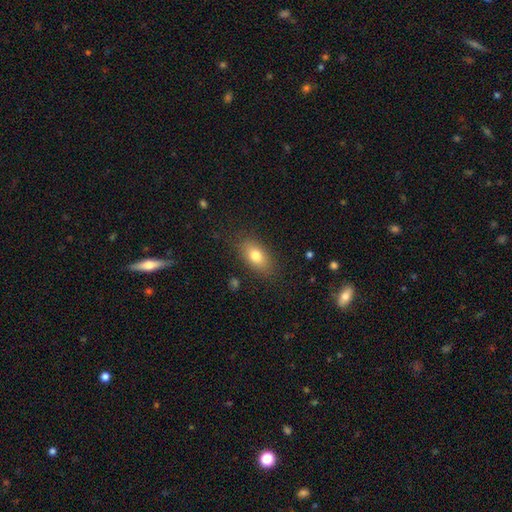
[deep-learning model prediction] smooth_or_featured: smooth (p=0.78) [alt: featured or disk p=0.14]
how_rounded: in between (p=0.87) [alt: round p=0.09]
merging: none (p=0.84) [alt: minor disturbance p=0.11]